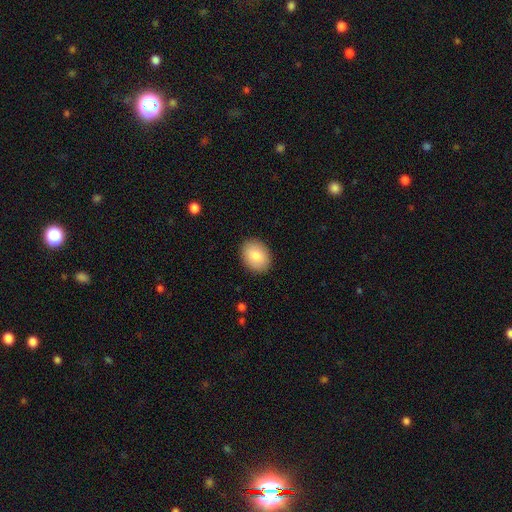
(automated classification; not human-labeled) A smooth galaxy with no disk features (85%) that is in between round and cigar-shaped (66%). Merging: none (89%).